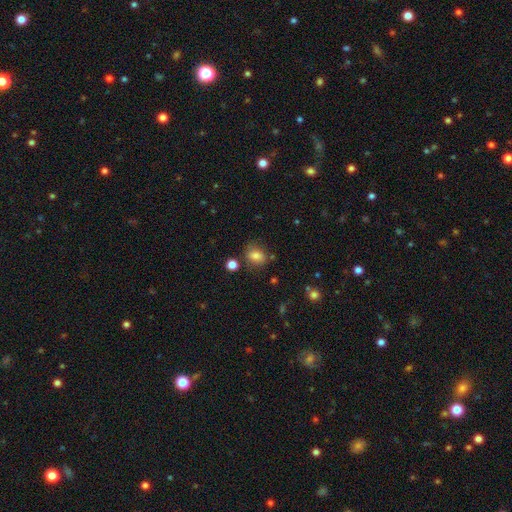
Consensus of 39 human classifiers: Smooth or featured? 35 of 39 (90%) said smooth. How rounded? 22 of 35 (63%) said in between. Merging? 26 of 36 (72%) said none.